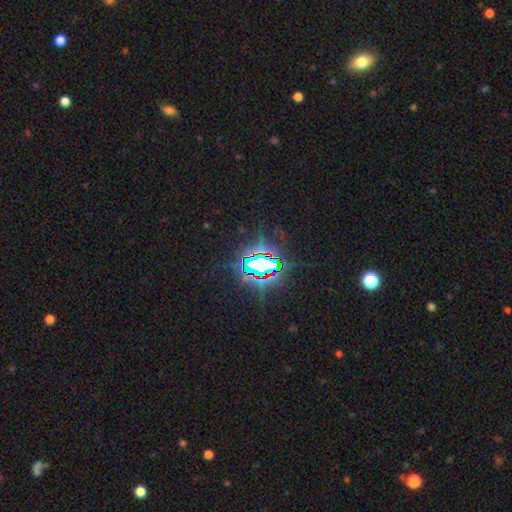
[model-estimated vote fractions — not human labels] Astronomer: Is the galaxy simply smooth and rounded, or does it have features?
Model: star or artifact — 83%.